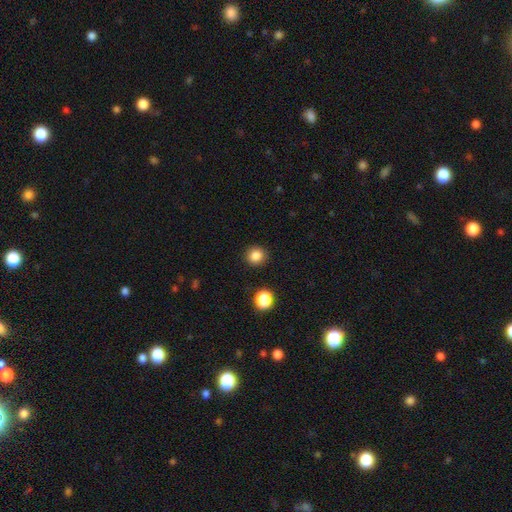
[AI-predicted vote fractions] Smooth or featured?
  - smooth: 85% *
  - star or artifact: 11%
  - featured or disk: 4%
How rounded?
  - round: 92% *
  - in between: 7%
  - cigar-shaped: 1%
Merging?
  - none: 91% *
  - minor disturbance: 5%
  - major disturbance: 2%
  - merger: 1%